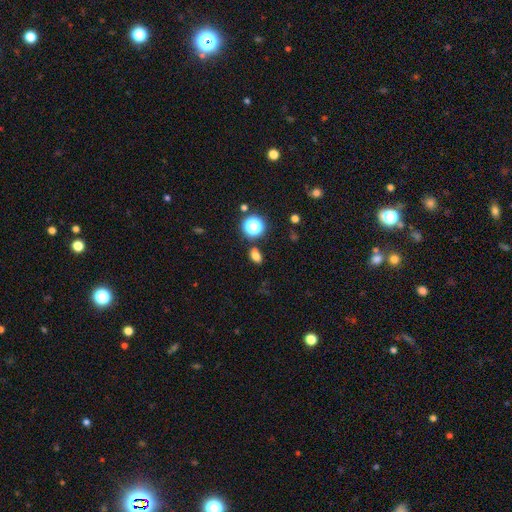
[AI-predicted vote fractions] A smooth galaxy with no disk features (74%) that is in between round and cigar-shaped (76%).

Vote fractions:
- Smooth or featured? smooth: 74% / star or artifact: 19% / featured or disk: 7%
- How rounded? in between: 76% / round: 21% / cigar-shaped: 2%
- Merging? none: 83% / minor disturbance: 10% / merger: 4% / major disturbance: 3%